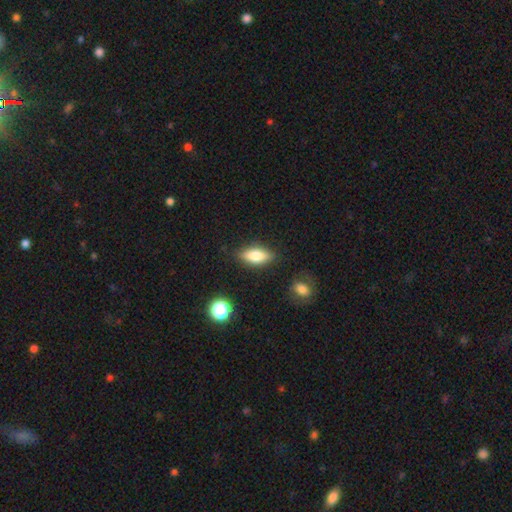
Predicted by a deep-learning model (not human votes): Smooth or featured? Predicted: smooth (p=0.72). How rounded? Predicted: in between (p=0.74). Merging? Predicted: none (p=0.84).